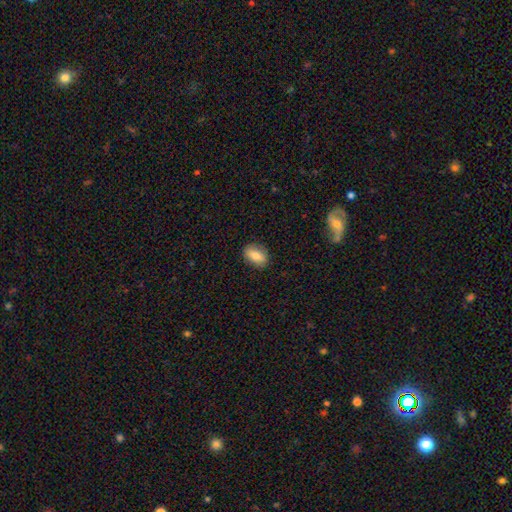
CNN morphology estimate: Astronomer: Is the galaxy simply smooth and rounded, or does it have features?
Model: smooth — 78%.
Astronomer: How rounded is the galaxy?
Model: in between — 84%.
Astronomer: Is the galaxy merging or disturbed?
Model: none — 85%.